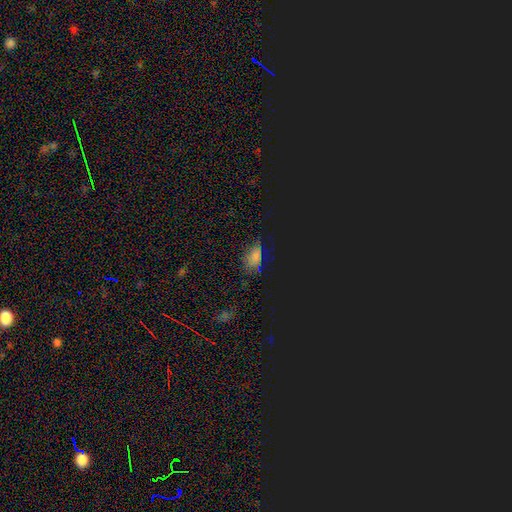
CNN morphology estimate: The model was most divided on "smooth or featured": star or artifact: 49%, smooth: 44%, featured or disk: 8%.